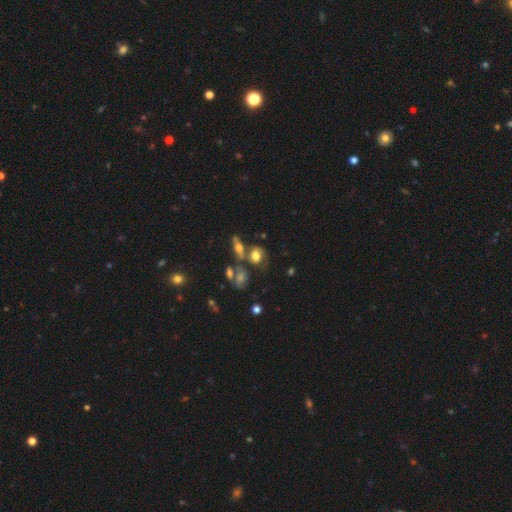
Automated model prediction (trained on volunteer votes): A smooth galaxy with no disk features (51%) that is in between round and cigar-shaped (57%). Merging: none (41%).